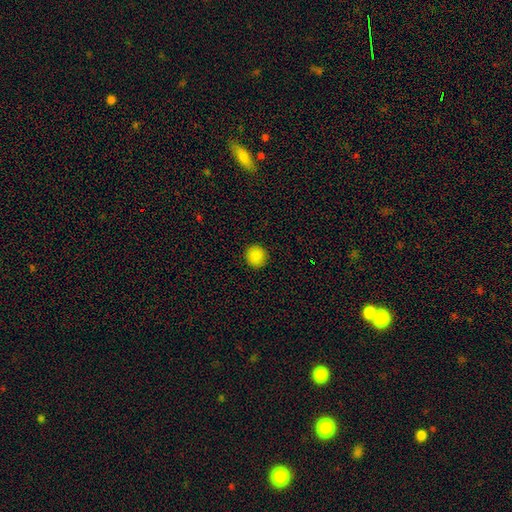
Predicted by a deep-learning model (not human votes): A smooth galaxy with no disk features (88%) that is round (93%). Merging: none (92%).